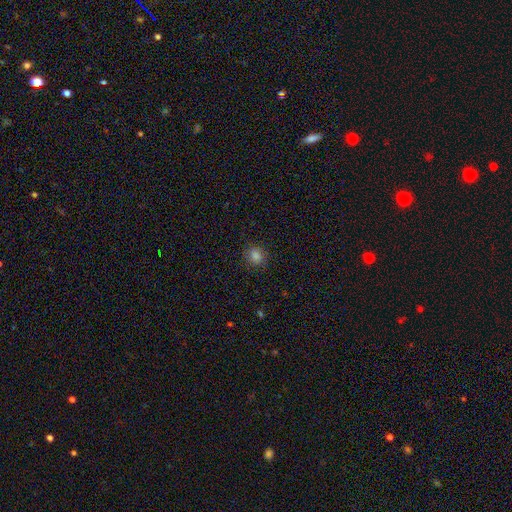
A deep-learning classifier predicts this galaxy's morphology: Smooth or featured?
  - smooth: 80% *
  - star or artifact: 15%
  - featured or disk: 4%
How rounded?
  - round: 76% *
  - in between: 23%
  - cigar-shaped: 1%
Merging?
  - none: 88% *
  - minor disturbance: 8%
  - major disturbance: 2%
  - merger: 1%